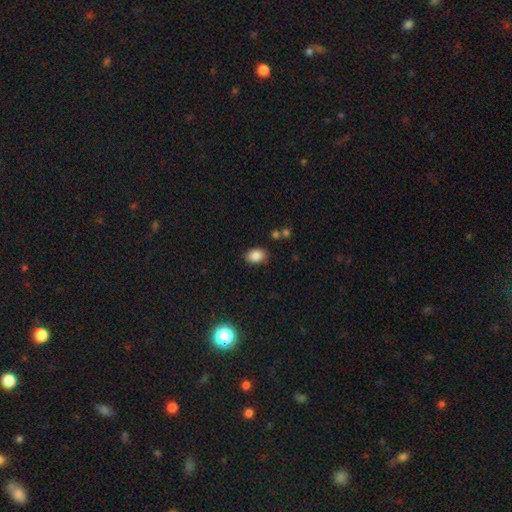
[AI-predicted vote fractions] Overall: smooth (85%). How rounded: in between (79%). Merging: none (83%).